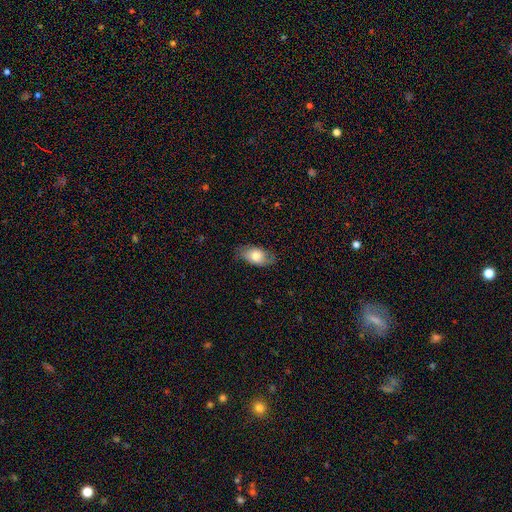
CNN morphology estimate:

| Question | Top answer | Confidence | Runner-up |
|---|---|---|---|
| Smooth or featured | smooth | 70% | featured or disk (23%) |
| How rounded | in between | 90% | round (7%) |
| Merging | none | 72% | minor disturbance (22%) |